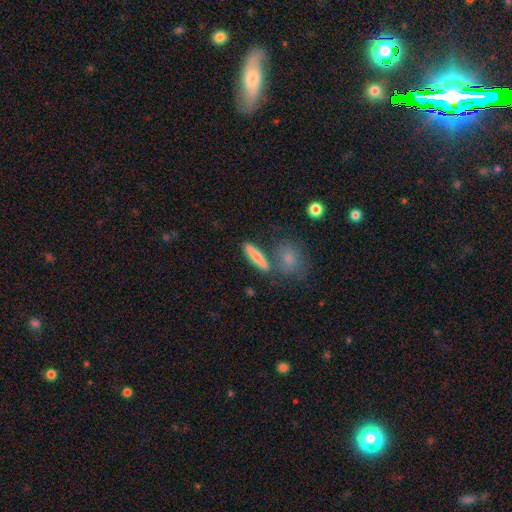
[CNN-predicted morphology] The model was most divided on "smooth or featured": smooth: 68%, featured or disk: 24%, star or artifact: 8%. More confident: how rounded — cigar-shaped (74%); merging — none (72%).